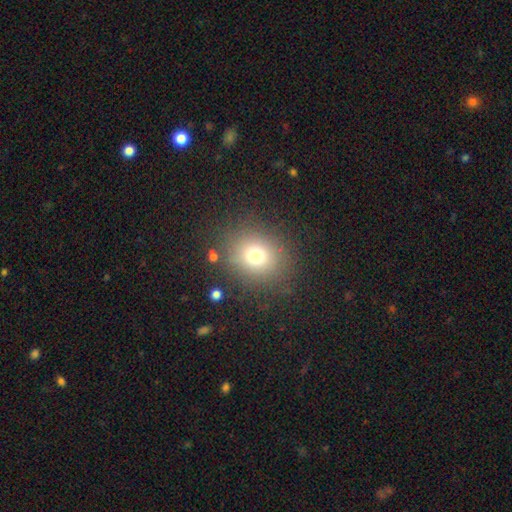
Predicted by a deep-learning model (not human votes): Smooth or featured? Predicted: smooth (p=0.72). How rounded? Predicted: round (p=0.78). Merging? Predicted: none (p=0.83).